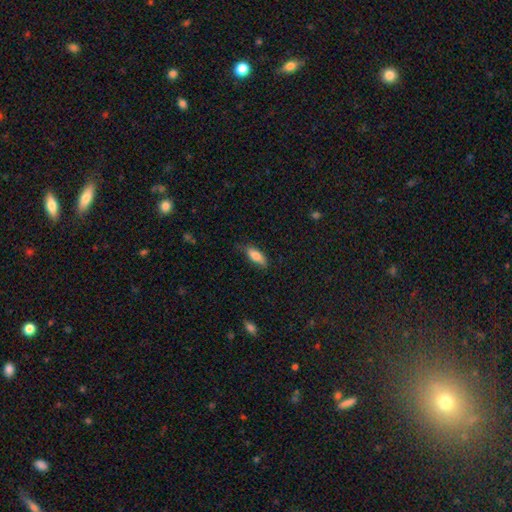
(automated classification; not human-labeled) Morphology: type=smooth (82%); roundness=in between (73%); merging=none (70%).